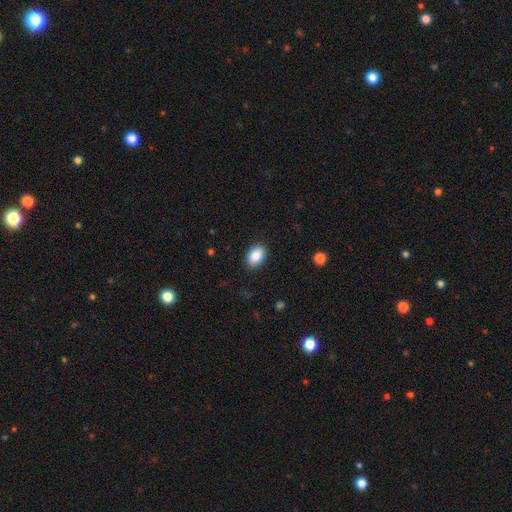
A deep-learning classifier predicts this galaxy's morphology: Smooth or featured? smooth (88%)
How rounded? in between (84%)
Merging? none (88%)